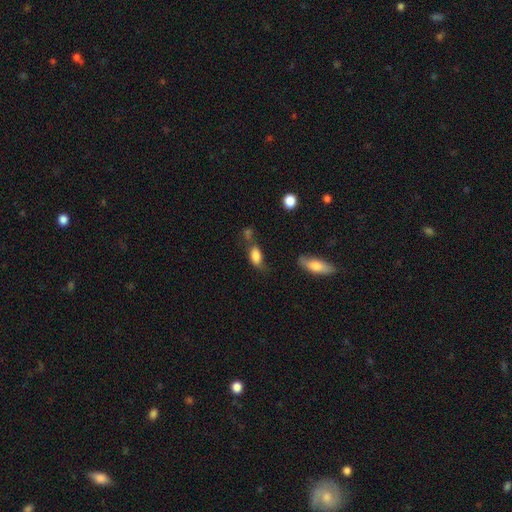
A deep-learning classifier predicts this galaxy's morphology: This appears to be a smooth galaxy with no disk features (82%) that is in between round and cigar-shaped (88%). Merging: none (46%).